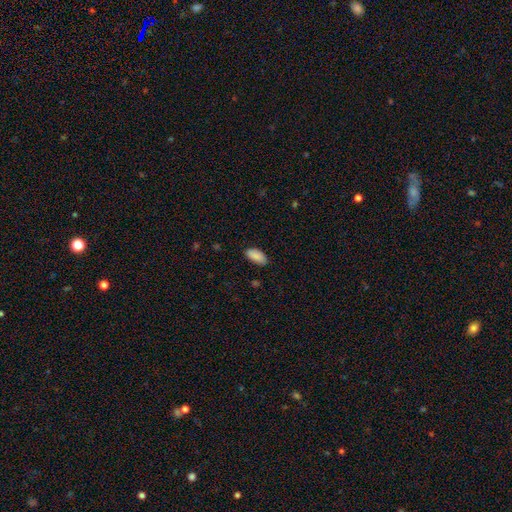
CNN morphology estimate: Smooth or featured?
  - smooth: 89% *
  - star or artifact: 6%
  - featured or disk: 5%
How rounded?
  - in between: 93% *
  - cigar-shaped: 5%
  - round: 2%
Merging?
  - none: 83% *
  - minor disturbance: 13%
  - major disturbance: 2%
  - merger: 1%